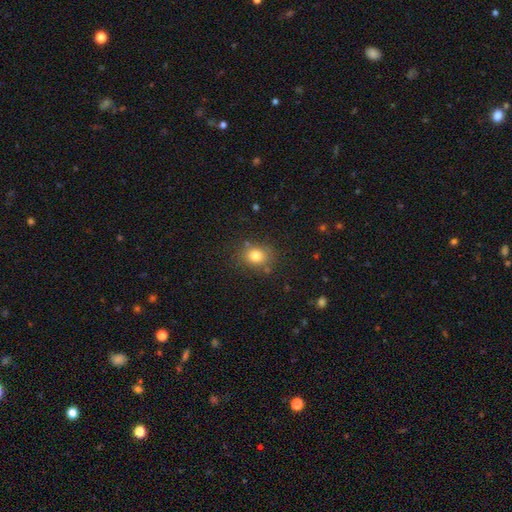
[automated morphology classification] This is likely a smooth galaxy (80%). How rounded: possibly round (58%). Merging: likely none (78%).